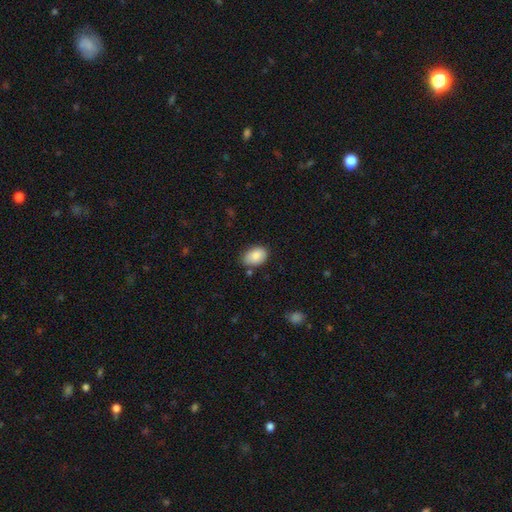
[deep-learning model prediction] A smooth galaxy with no disk features (86%) that is in between round and cigar-shaped (86%). Merging: none (73%).